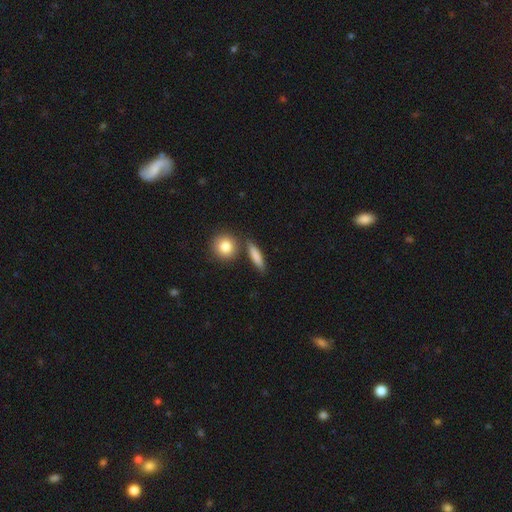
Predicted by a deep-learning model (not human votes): Smooth or featured: smooth — 81% (featured or disk — 12%)
How rounded: cigar-shaped — 59% (in between — 27%)
Merging: none — 78% (minor disturbance — 11%)